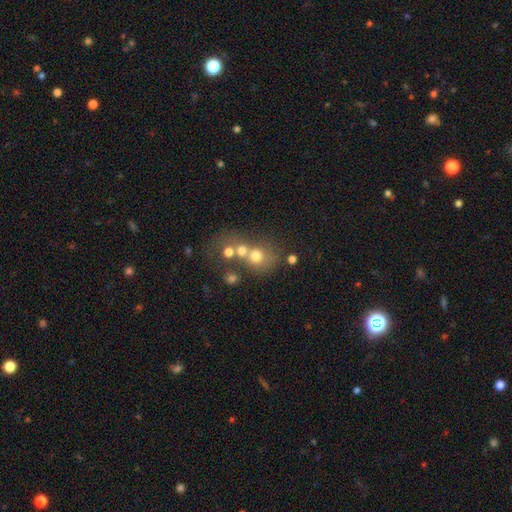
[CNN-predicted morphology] Smooth or featured: smooth — 62% (featured or disk — 21%)
How rounded: round — 77% (in between — 22%)
Merging: merger — 50% (none — 35%)